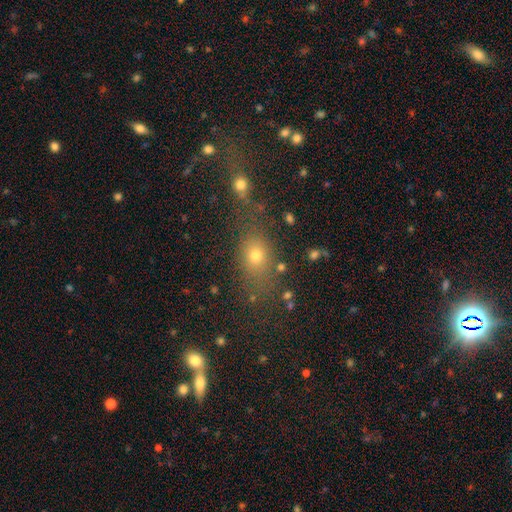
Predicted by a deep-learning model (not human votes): A smooth galaxy with no disk features (68%) that is in between round and cigar-shaped (60%). Merging: none (63%).